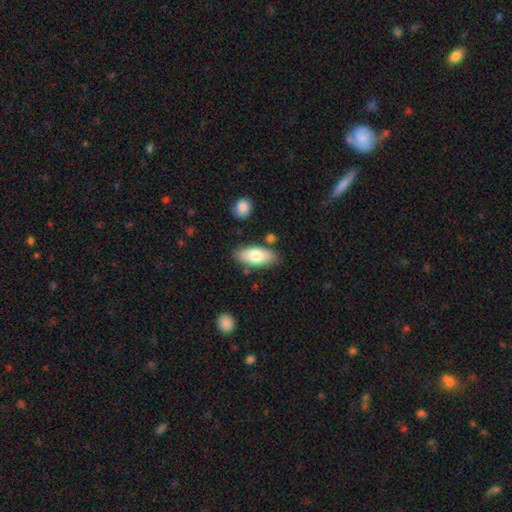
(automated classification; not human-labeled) This appears to be a smooth galaxy with no disk features (78%) that is in between round and cigar-shaped (86%). Merging: none (81%).